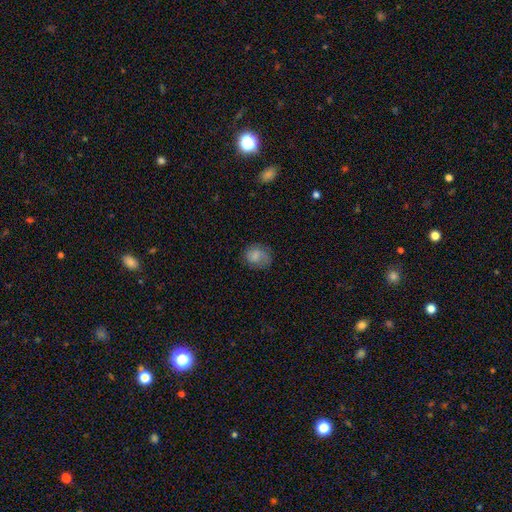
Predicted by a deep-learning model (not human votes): This is likely a smooth galaxy (71%). How rounded: likely round (64%). Merging: likely none (60%).